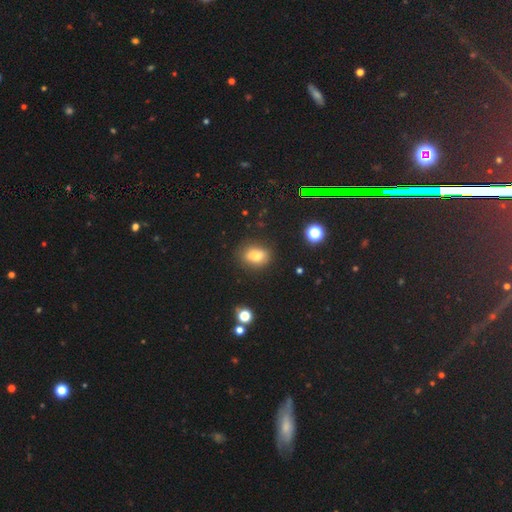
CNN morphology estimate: Smooth or featured?
  - smooth: 79% *
  - star or artifact: 12%
  - featured or disk: 9%
How rounded?
  - in between: 69% *
  - round: 29%
  - cigar-shaped: 2%
Merging?
  - none: 82% *
  - minor disturbance: 12%
  - major disturbance: 3%
  - merger: 2%